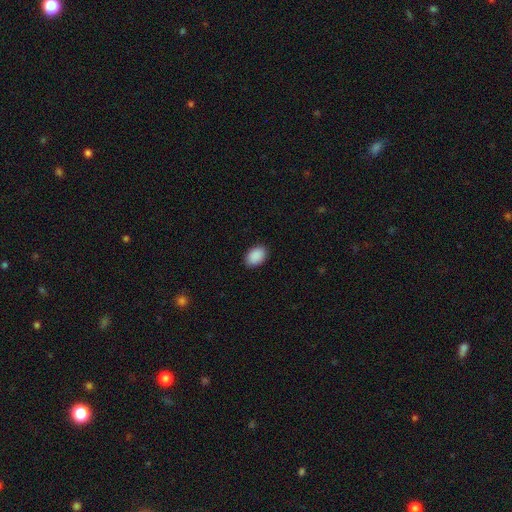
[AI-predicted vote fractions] Morphology: type=smooth (91%); roundness=in between (85%); merging=none (89%).